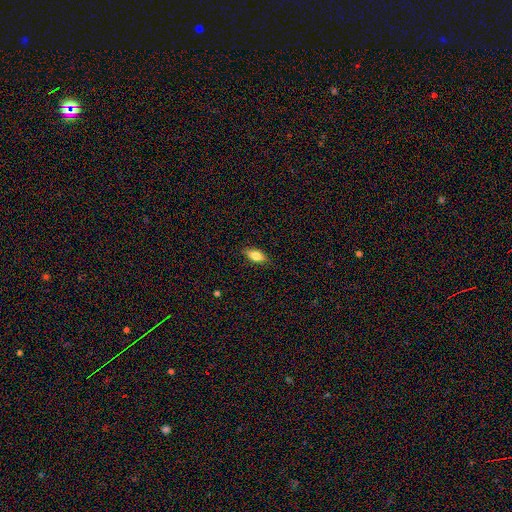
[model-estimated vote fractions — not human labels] smooth 80%, featured or disk 13%, star or artifact 7%. Down the decision tree: how rounded — in between (84%); merging — none (84%).